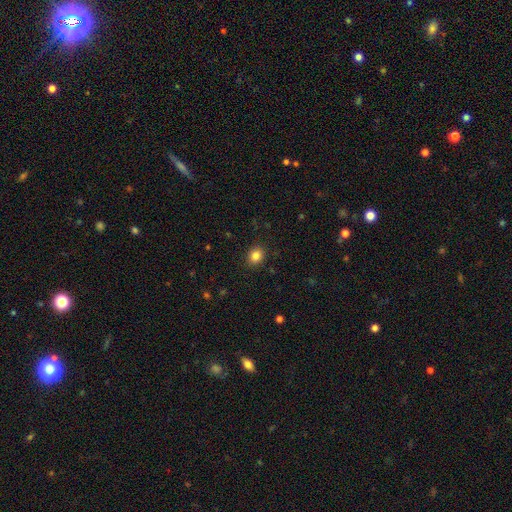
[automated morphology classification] smooth-or-featured: smooth: 84% | star or artifact: 11% | featured or disk: 5%
  how-rounded: round: 63% | in between: 36% | cigar-shaped: 1%
  merging: none: 89% | minor disturbance: 7% | major disturbance: 2% | merger: 1%